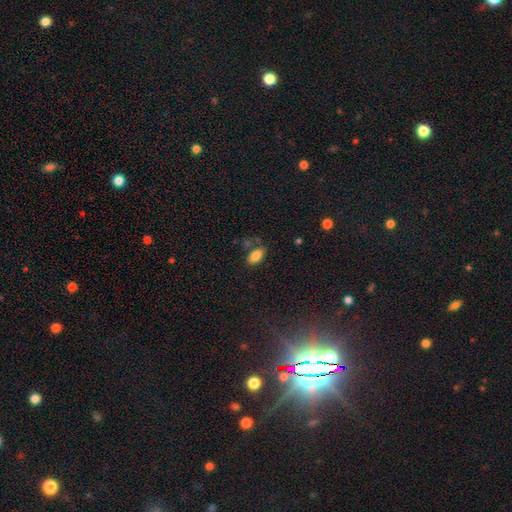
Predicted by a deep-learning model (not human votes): smooth 85%, star or artifact 9%, featured or disk 6%. Down the decision tree: how rounded — in between (92%); merging — none (72%).